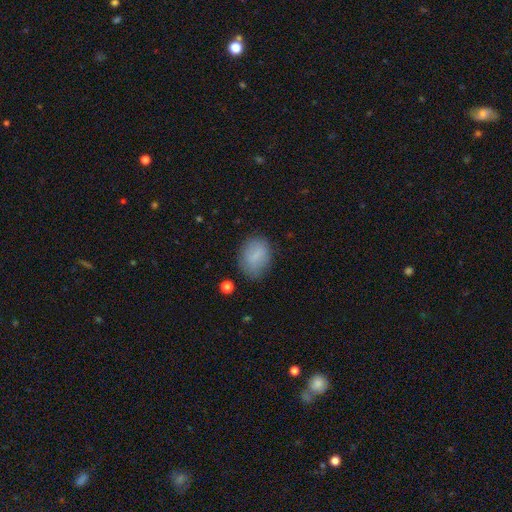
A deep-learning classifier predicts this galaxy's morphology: A smooth galaxy with no disk features (79%) that is in between round and cigar-shaped (75%).

Vote fractions:
- Smooth or featured? smooth: 79% / featured or disk: 13% / star or artifact: 9%
- How rounded? in between: 75% / round: 23% / cigar-shaped: 2%
- Merging? none: 71% / minor disturbance: 20% / major disturbance: 6% / merger: 2%